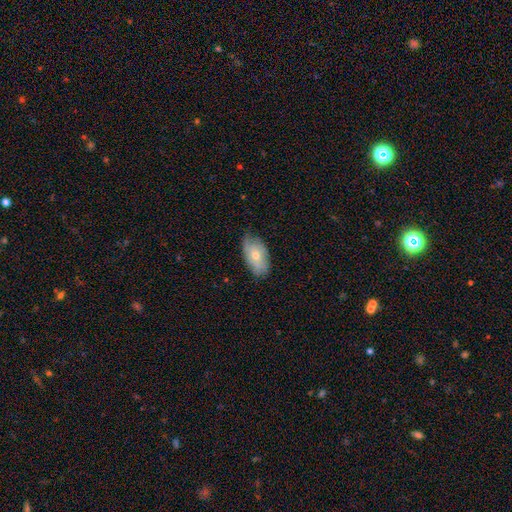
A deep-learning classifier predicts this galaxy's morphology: A smooth galaxy with no disk features (58%) that is in between round and cigar-shaped (92%).

Vote fractions:
- Smooth or featured? smooth: 58% / featured or disk: 36% / star or artifact: 7%
- How rounded? in between: 92% / round: 6% / cigar-shaped: 2%
- Merging? none: 69% / minor disturbance: 25% / major disturbance: 5% / merger: 1%